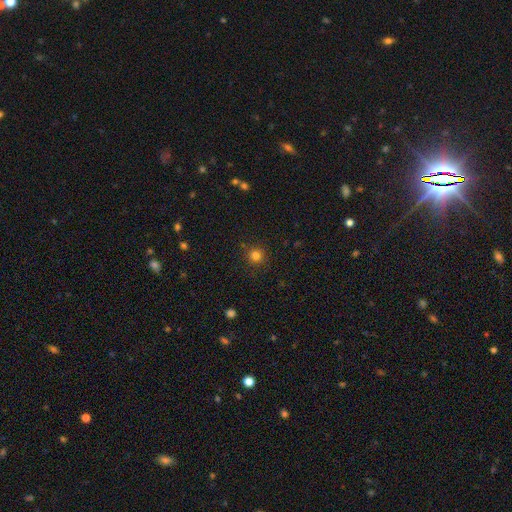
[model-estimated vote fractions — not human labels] A smooth galaxy with no disk features (81%) that is round (95%). Merging: none (90%).